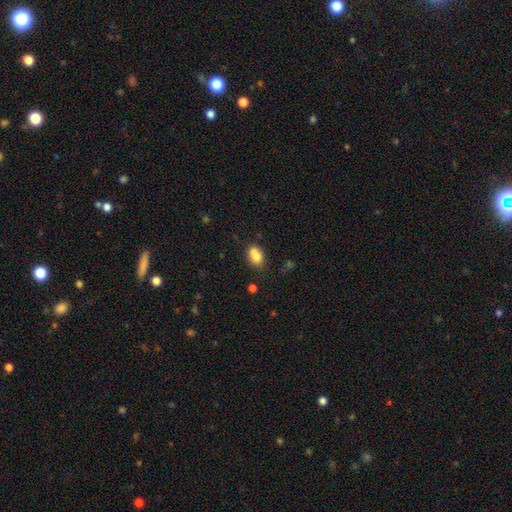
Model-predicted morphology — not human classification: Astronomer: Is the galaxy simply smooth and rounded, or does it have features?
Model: smooth — 76%.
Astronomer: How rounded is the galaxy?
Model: in between — 70%.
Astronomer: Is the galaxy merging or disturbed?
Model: none — 40% (runner-up: merger, 39%).